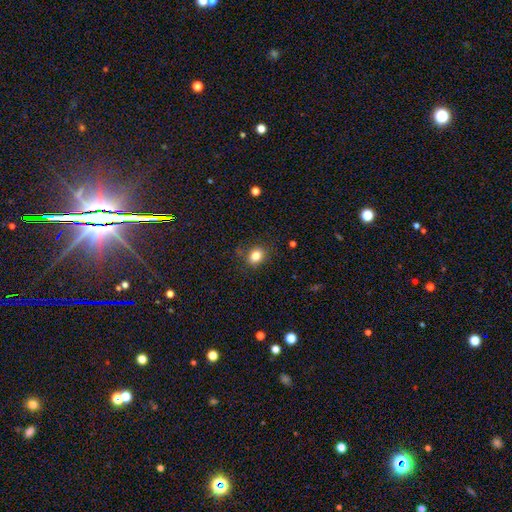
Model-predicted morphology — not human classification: A smooth galaxy with no disk features (82%) that is round (62%).

Vote fractions:
- Smooth or featured? smooth: 82% / star or artifact: 12% / featured or disk: 7%
- How rounded? round: 62% / in between: 37% / cigar-shaped: 1%
- Merging? none: 79% / minor disturbance: 15% / major disturbance: 5% / merger: 1%